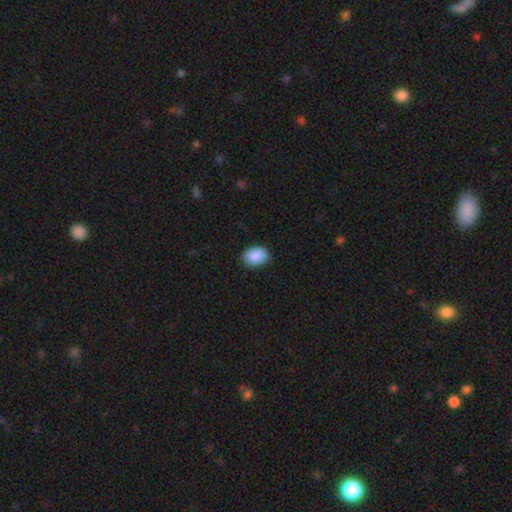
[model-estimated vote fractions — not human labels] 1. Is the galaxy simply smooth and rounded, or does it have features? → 90% smooth, 7% star or artifact, 3% featured or disk.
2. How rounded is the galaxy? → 72% in between, 27% round, 1% cigar-shaped.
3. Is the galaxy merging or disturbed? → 84% none, 12% minor disturbance, 2% major disturbance, 1% merger.